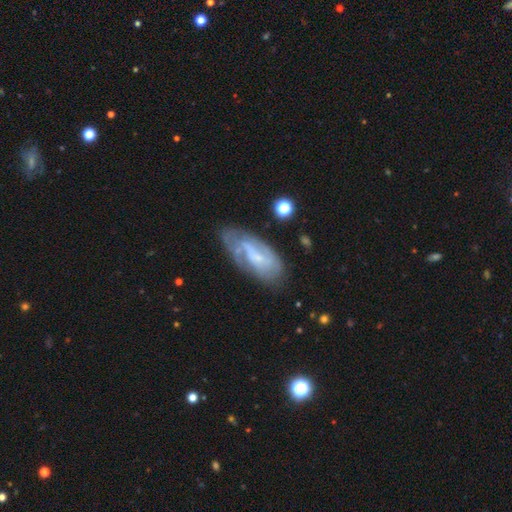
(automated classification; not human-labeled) A featured or disk galaxy (66%) with a weak bar (45%), spiral arms (78%) and a small central bulge (53%).

Vote fractions:
- Smooth or featured? featured or disk: 66% / smooth: 26% / star or artifact: 7%
- Edge-on disk? no: 91% / yes: 9%
- Bar? weak: 45% / no: 41% / strong: 14%
- Spiral arms? yes: 78% / no: 22%
- Bulge size? small: 53% / none: 22% / moderate: 21% / large: 2% / dominant: 1%
- Merging? none: 61% / minor disturbance: 24% / major disturbance: 12% / merger: 3%